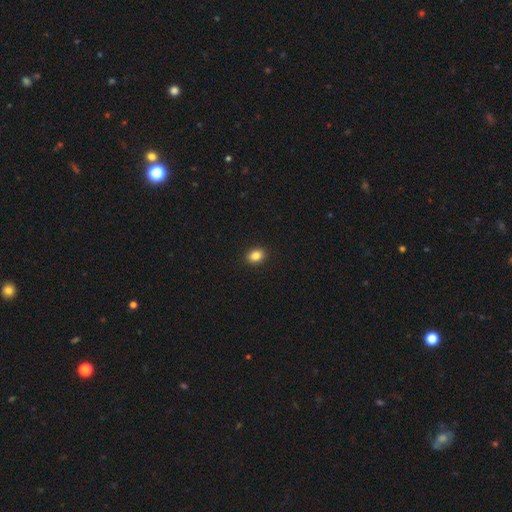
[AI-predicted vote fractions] Q: Smooth or featured?
A: smooth (85%); runner-up: star or artifact (9%)
Q: How rounded?
A: in between (63%); runner-up: round (36%)
Q: Merging?
A: none (92%); runner-up: minor disturbance (6%)